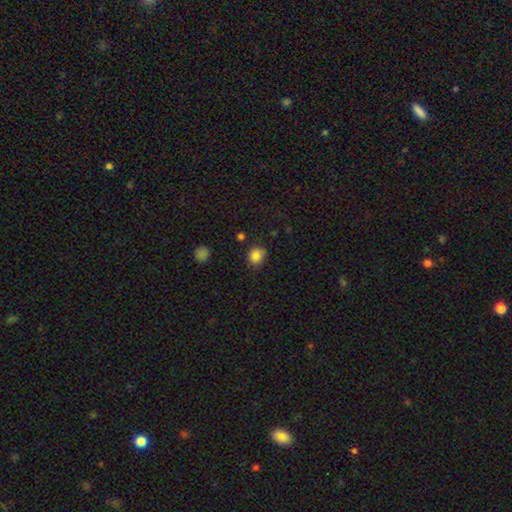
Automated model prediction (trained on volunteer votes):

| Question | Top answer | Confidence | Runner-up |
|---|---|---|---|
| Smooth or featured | smooth | 84% | star or artifact (11%) |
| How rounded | round | 79% | in between (20%) |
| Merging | none | 72% | minor disturbance (21%) |